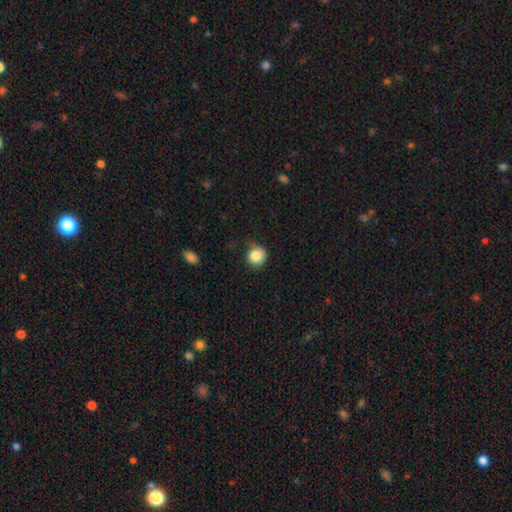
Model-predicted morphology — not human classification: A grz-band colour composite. It shows a smooth galaxy with no disk features (85%) that is round (86%). Merging: none (66%).